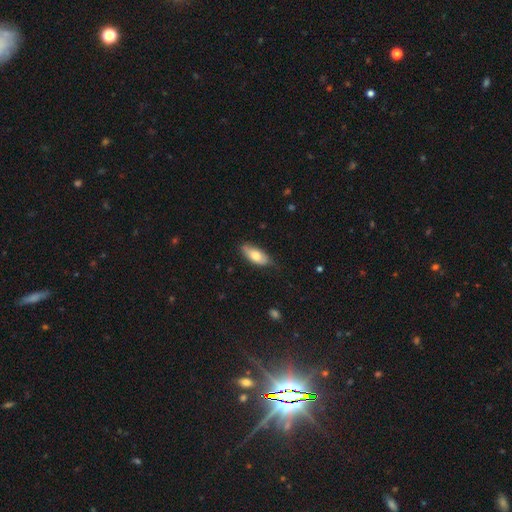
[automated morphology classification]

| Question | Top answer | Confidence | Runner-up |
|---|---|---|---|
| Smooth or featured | smooth | 72% | featured or disk (23%) |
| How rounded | in between | 83% | cigar-shaped (15%) |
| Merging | none | 72% | minor disturbance (23%) |